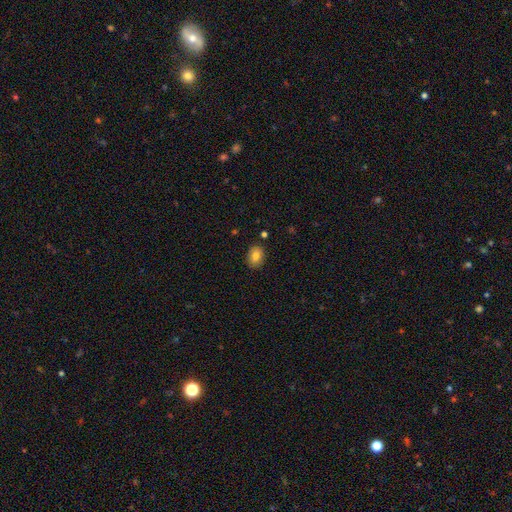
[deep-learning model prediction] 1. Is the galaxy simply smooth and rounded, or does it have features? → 83% smooth, 9% star or artifact, 9% featured or disk.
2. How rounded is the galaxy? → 70% in between, 28% round, 1% cigar-shaped.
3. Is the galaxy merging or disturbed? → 87% none, 9% minor disturbance, 2% major disturbance, 2% merger.